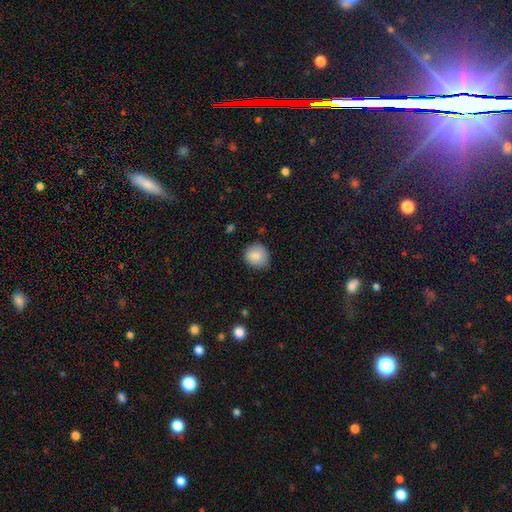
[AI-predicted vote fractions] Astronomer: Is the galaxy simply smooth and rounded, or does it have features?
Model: smooth — 83%.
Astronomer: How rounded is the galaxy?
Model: round — 82%.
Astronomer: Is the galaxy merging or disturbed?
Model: none — 77%.